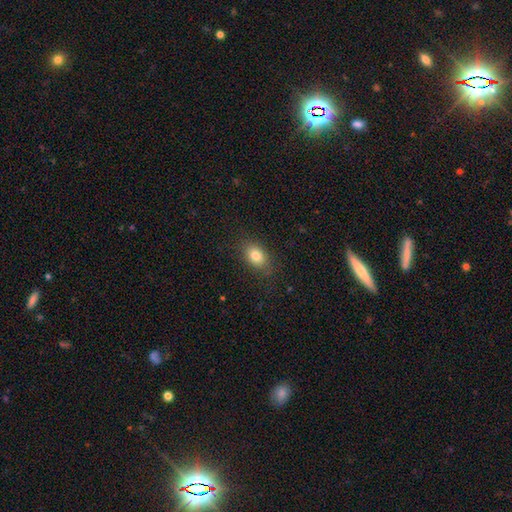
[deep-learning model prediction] Overall: smooth (82%). How rounded: in between (81%). Merging: none (82%).